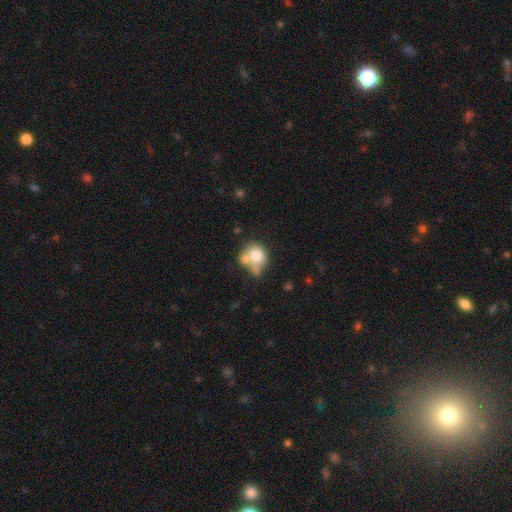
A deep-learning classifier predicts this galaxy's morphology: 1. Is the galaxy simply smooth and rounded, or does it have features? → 72% smooth, 19% featured or disk, 9% star or artifact.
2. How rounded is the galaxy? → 61% round, 38% in between, 1% cigar-shaped.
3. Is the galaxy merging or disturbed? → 45% merger, 28% none, 16% minor disturbance, 11% major disturbance.